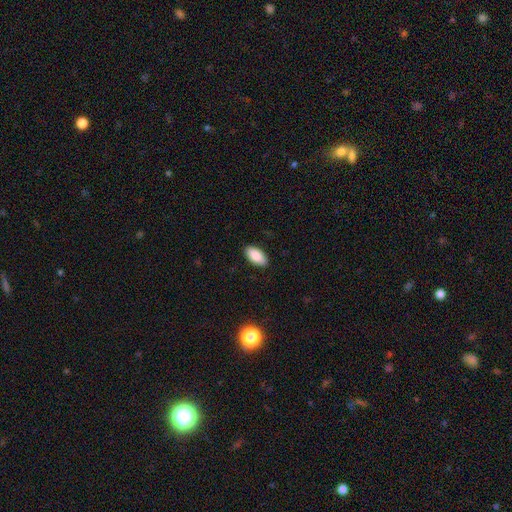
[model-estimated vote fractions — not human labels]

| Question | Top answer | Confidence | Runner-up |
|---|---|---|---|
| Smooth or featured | smooth | 88% | star or artifact (7%) |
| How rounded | in between | 94% | cigar-shaped (4%) |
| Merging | none | 89% | minor disturbance (8%) |